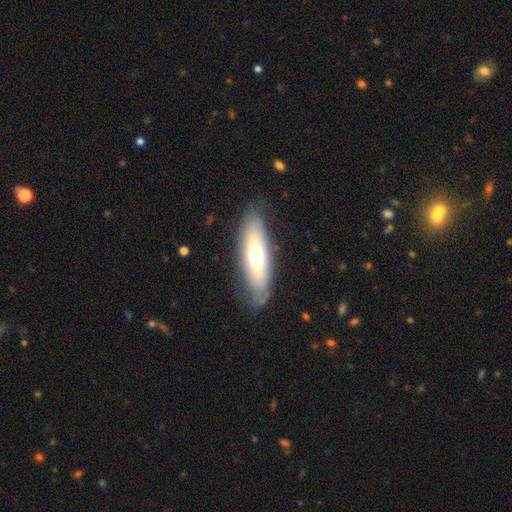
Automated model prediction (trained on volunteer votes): Smooth or featured: smooth — 58% (featured or disk — 35%)
How rounded: in between — 52% (cigar-shaped — 46%)
Merging: none — 77% (minor disturbance — 16%)